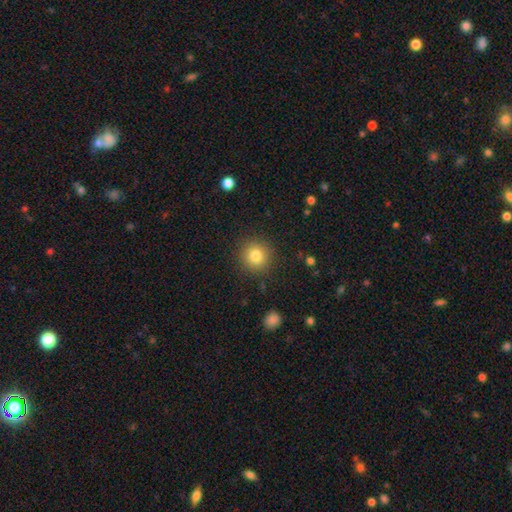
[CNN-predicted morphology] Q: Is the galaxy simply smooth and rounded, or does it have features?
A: smooth — 81%.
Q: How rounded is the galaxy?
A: round — 93%.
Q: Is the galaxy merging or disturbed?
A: none — 89%.